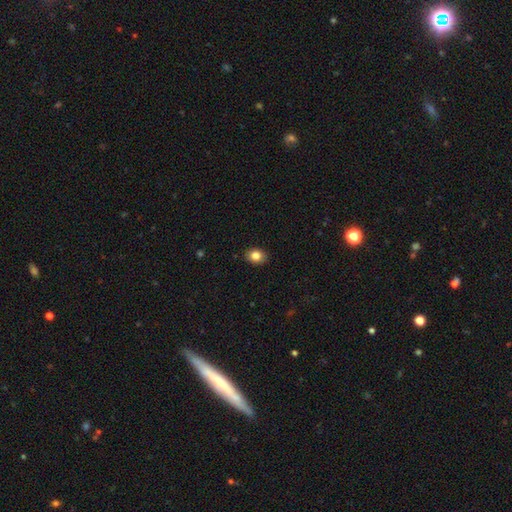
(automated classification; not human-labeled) The model was most divided on "how rounded": in between: 62%, round: 37%, cigar-shaped: 1%. More confident: merging — none (88%); smooth or featured — smooth (84%).